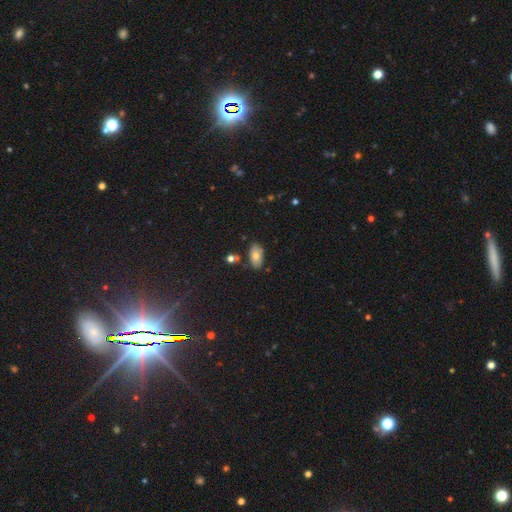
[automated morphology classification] smooth-or-featured: smooth: 75% | featured or disk: 15% | star or artifact: 10%
  how-rounded: in between: 92% | round: 5% | cigar-shaped: 3%
  merging: none: 80% | minor disturbance: 13% | merger: 5% | major disturbance: 3%